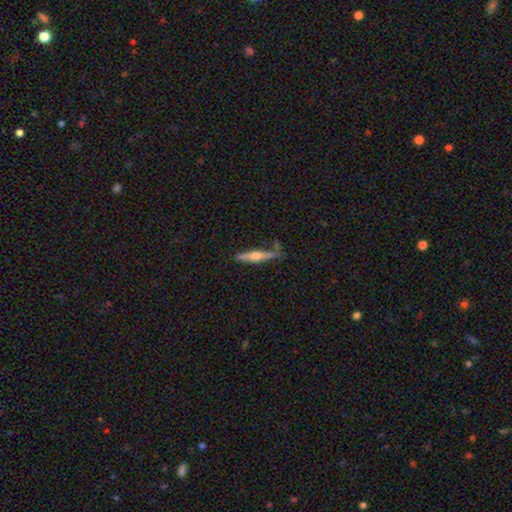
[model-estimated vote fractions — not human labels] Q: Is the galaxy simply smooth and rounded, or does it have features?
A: featured or disk — 60%.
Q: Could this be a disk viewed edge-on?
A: yes — 95%.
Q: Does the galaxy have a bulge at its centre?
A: rounded — 89%.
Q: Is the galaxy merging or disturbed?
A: none — 72%.